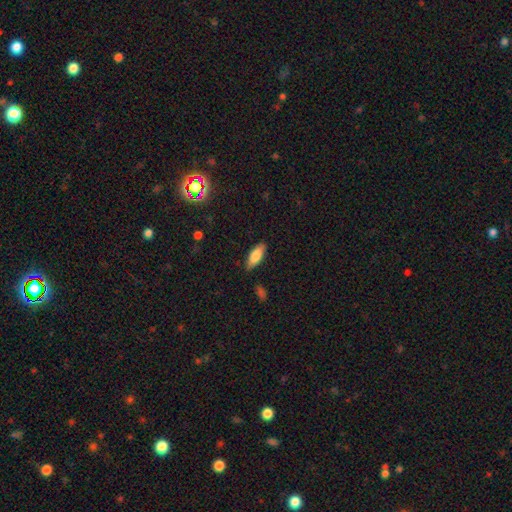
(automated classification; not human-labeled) A smooth galaxy with no disk features (78%) that is in between round and cigar-shaped (72%).

Vote fractions:
- Smooth or featured? smooth: 78% / featured or disk: 15% / star or artifact: 7%
- How rounded? in between: 72% / cigar-shaped: 26% / round: 2%
- Merging? none: 84% / minor disturbance: 12% / major disturbance: 2% / merger: 1%